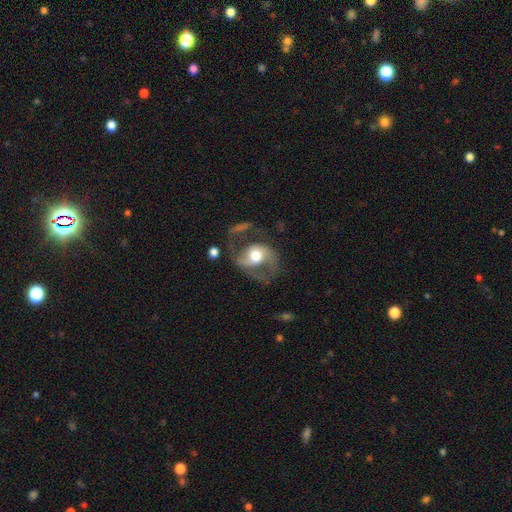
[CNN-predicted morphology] A featured or disk galaxy (76%) with no bar (57%), 2 (84%) medium (48%) spiral arms (82%) and a moderate central bulge (56%).

Vote fractions:
- Smooth or featured? featured or disk: 76% / smooth: 19% / star or artifact: 6%
- Edge-on disk? no: 97% / yes: 3%
- Bar? no: 57% / weak: 30% / strong: 13%
- Spiral arms? yes: 82% / no: 18%
- Spiral winding? medium: 48% / loose: 40% / tight: 13%
- Spiral arm count? 2: 84% / 1: 7% / can't tell: 5% / 3: 2% / 4: 1% / more than 4: 1%
- Bulge size? moderate: 56% / large: 34% / small: 5% / dominant: 4% / none: 1%
- Merging? none: 46% / major disturbance: 31% / minor disturbance: 19% / merger: 4%